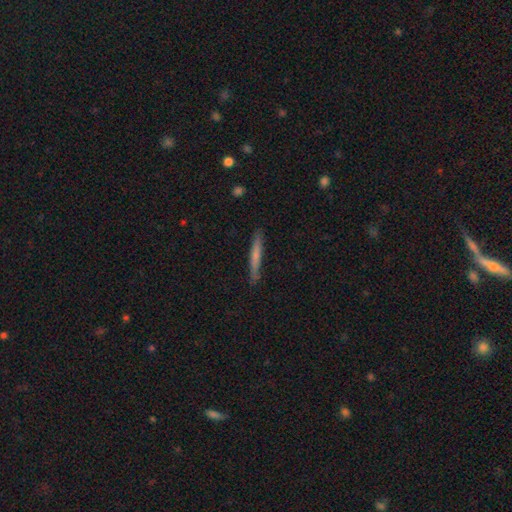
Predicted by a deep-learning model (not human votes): Smooth or featured?
  - smooth: 60% *
  - featured or disk: 35%
  - star or artifact: 6%
How rounded?
  - cigar-shaped: 96% *
  - in between: 3%
  - round: 1%
Merging?
  - none: 87% *
  - minor disturbance: 10%
  - major disturbance: 2%
  - merger: 1%